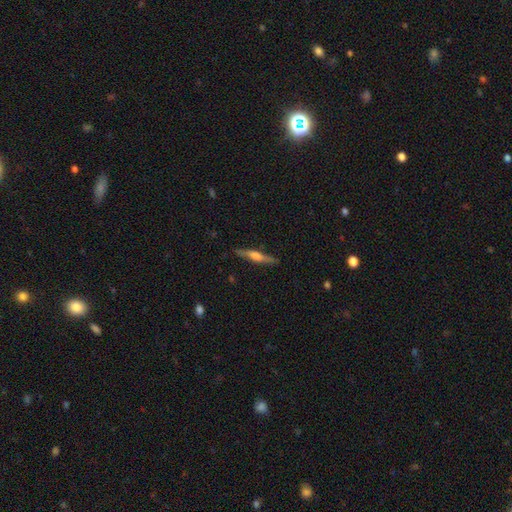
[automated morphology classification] smooth-or-featured: featured or disk: 66% | smooth: 28% | star or artifact: 6%
  disk-edge-on: yes: 97% | no: 3%
    edge-on-bulge: rounded: 65% | boxy: 27% | none: 8%
  merging: none: 88% | minor disturbance: 9% | major disturbance: 2% | merger: 1%